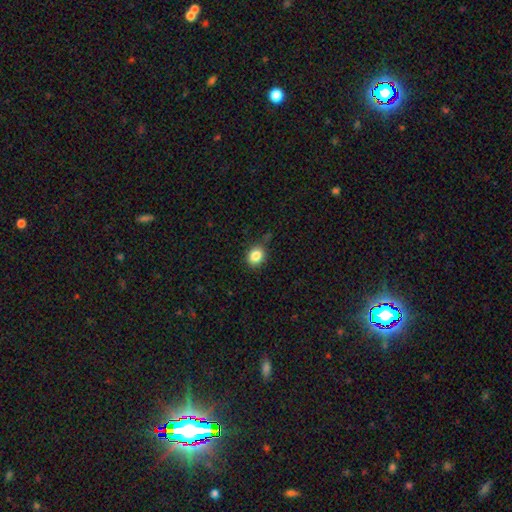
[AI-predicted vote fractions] smooth-or-featured: smooth: 85% | star or artifact: 10% | featured or disk: 5%
  how-rounded: round: 57% | in between: 42% | cigar-shaped: 1%
  merging: none: 76% | minor disturbance: 18% | major disturbance: 4% | merger: 2%